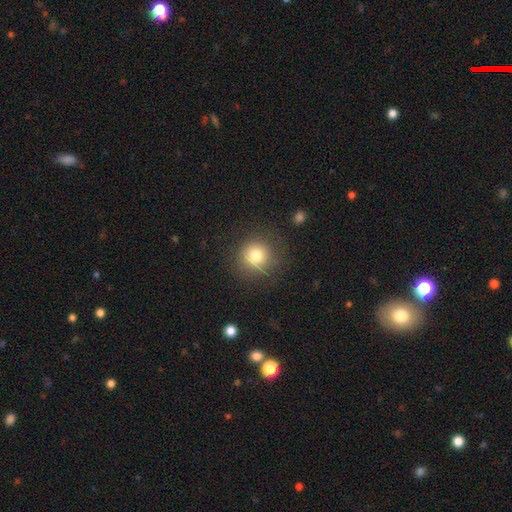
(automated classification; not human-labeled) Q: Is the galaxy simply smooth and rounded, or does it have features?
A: smooth — 79%.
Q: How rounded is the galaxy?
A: round — 93%.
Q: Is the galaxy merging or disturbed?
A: none — 83%.